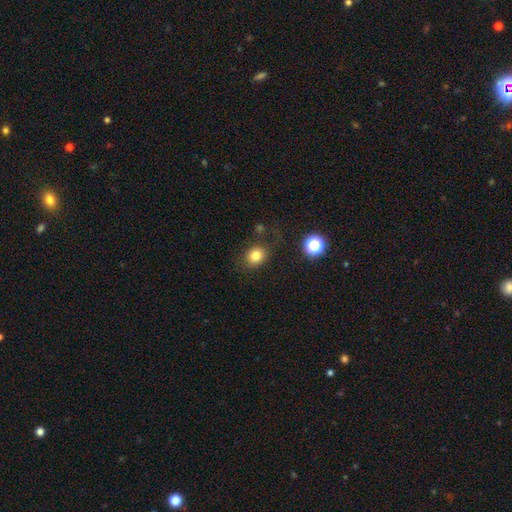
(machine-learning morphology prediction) smooth-or-featured: smooth: 81% | star or artifact: 12% | featured or disk: 7%
  how-rounded: round: 64% | in between: 35% | cigar-shaped: 1%
  merging: none: 77% | minor disturbance: 13% | major disturbance: 6% | merger: 4%